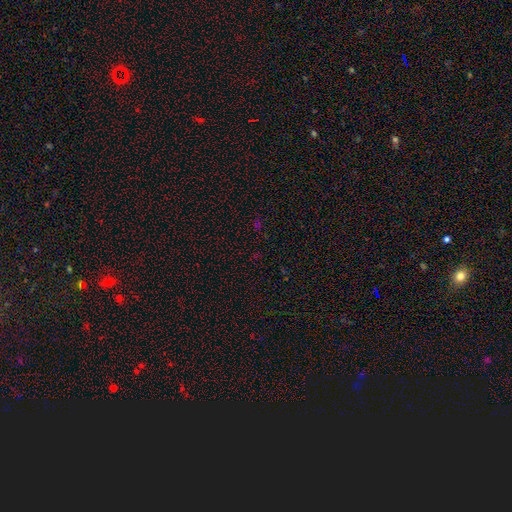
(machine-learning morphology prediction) Smooth or featured? star or artifact (64%)